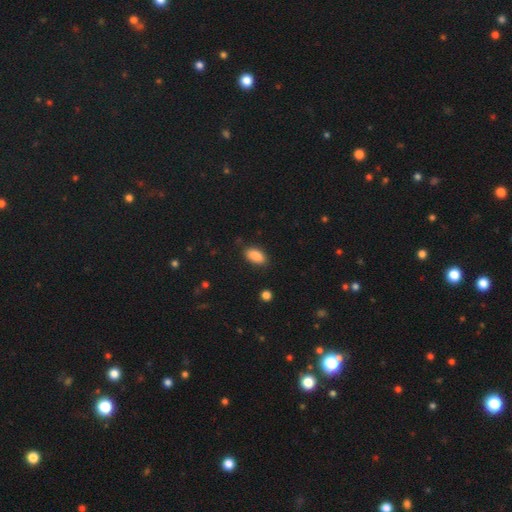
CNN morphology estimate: The model was most divided on "merging": none: 83%, minor disturbance: 12%, major disturbance: 3%, merger: 1%. More confident: how rounded — in between (93%); smooth or featured — smooth (89%).